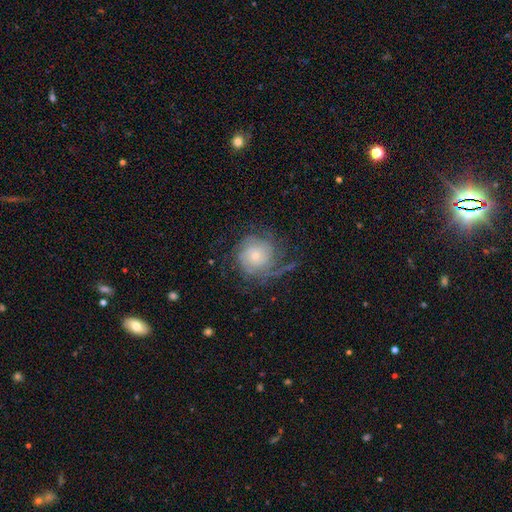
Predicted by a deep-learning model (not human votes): Smooth or featured: featured or disk — 77% (smooth — 16%)
Edge-on disk: no — 97% (yes — 3%)
Bar: no — 79% (weak — 17%)
Spiral arms: yes — 93% (no — 7%)
Spiral winding: tight — 59% (medium — 28%)
Spiral arm count: can't tell — 32% (2 — 22%)
Bulge size: small — 67% (moderate — 27%)
Merging: none — 65% (major disturbance — 17%)